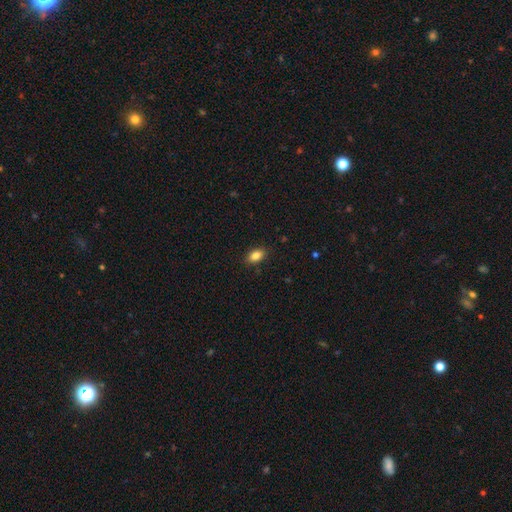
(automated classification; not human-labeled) smooth-or-featured: smooth: 86% | star or artifact: 9% | featured or disk: 6%
  how-rounded: in between: 88% | round: 10% | cigar-shaped: 3%
  merging: none: 87% | minor disturbance: 10% | major disturbance: 2% | merger: 1%